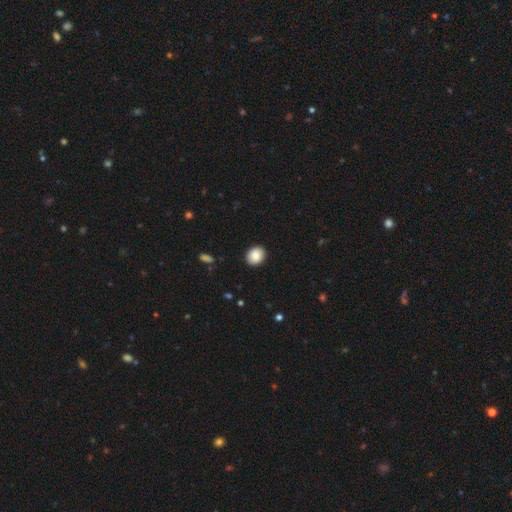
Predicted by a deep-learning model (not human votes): smooth 84%, featured or disk 8%, star or artifact 8%. Down the decision tree: how rounded — round (61%); merging — none (90%).